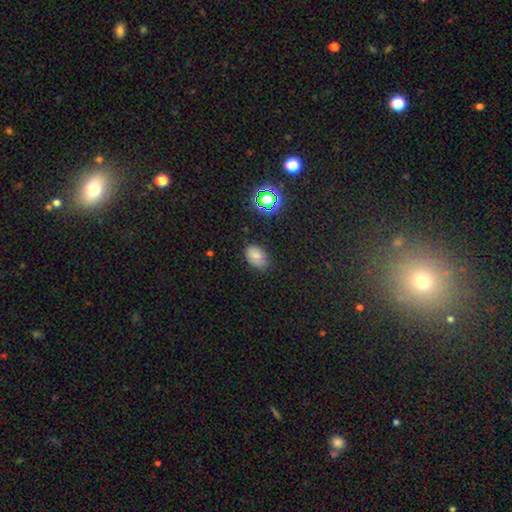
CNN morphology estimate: smooth-or-featured: smooth: 79% | star or artifact: 14% | featured or disk: 7%
  how-rounded: in between: 85% | round: 14% | cigar-shaped: 1%
  merging: none: 76% | minor disturbance: 19% | major disturbance: 4% | merger: 1%